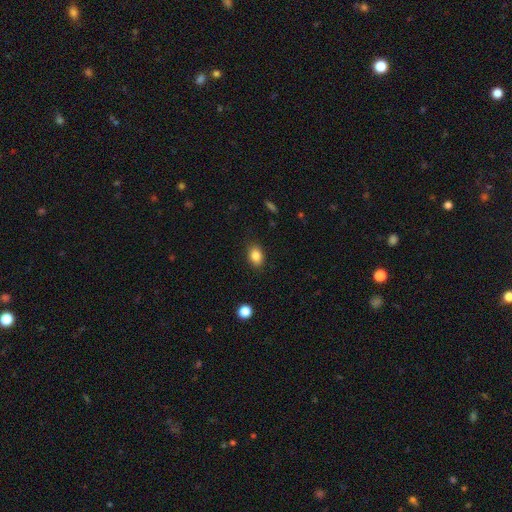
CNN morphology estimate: A smooth galaxy with no disk features (85%) that is in between round and cigar-shaped (73%).

Vote fractions:
- Smooth or featured? smooth: 85% / star or artifact: 10% / featured or disk: 5%
- How rounded? in between: 73% / round: 25% / cigar-shaped: 1%
- Merging? none: 87% / minor disturbance: 10% / major disturbance: 3% / merger: 1%